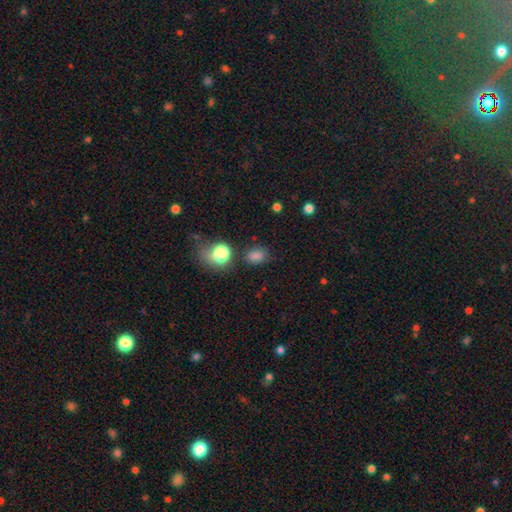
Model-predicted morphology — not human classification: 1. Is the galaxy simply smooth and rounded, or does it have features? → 74% smooth, 19% star or artifact, 6% featured or disk.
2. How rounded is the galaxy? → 62% in between, 37% round, 1% cigar-shaped.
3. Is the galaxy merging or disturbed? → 69% none, 16% minor disturbance, 8% merger, 7% major disturbance.